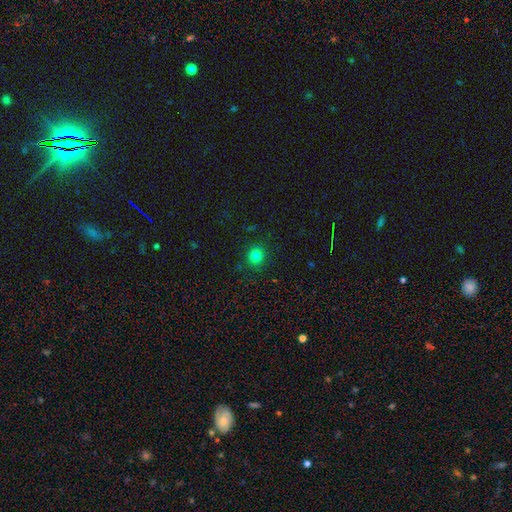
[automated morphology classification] The model was most divided on "smooth or featured": smooth: 81%, star or artifact: 14%, featured or disk: 5%. More confident: merging — none (88%); how rounded — round (86%).